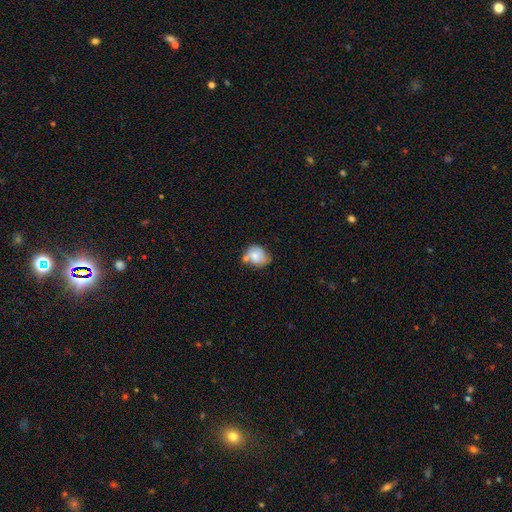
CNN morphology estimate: smooth 68%, featured or disk 24%, star or artifact 8%. Down the decision tree: how rounded — round (53%); merging — none (42%).